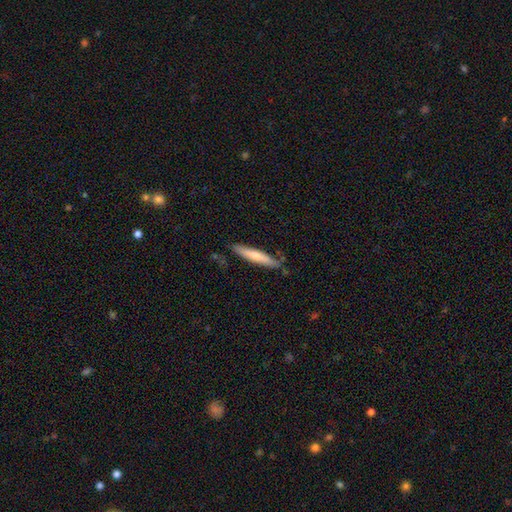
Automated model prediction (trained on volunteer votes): smooth_or_featured: smooth (p=0.63) [alt: featured or disk p=0.32]
how_rounded: cigar-shaped (p=0.91) [alt: in between p=0.07]
merging: none (p=0.82) [alt: minor disturbance p=0.13]